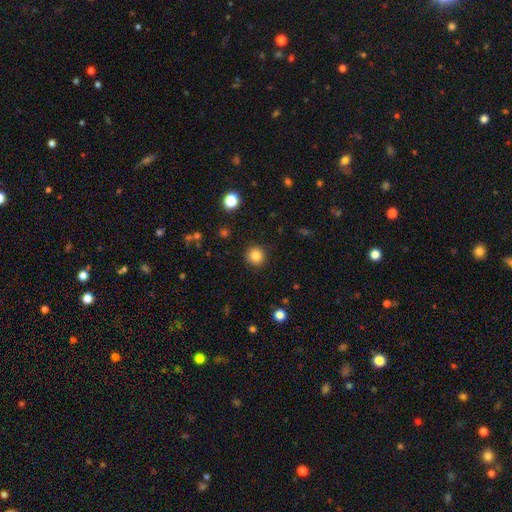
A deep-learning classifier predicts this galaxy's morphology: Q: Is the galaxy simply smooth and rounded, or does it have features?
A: smooth — 84%.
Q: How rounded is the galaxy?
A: round — 94%.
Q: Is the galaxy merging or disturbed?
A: none — 91%.